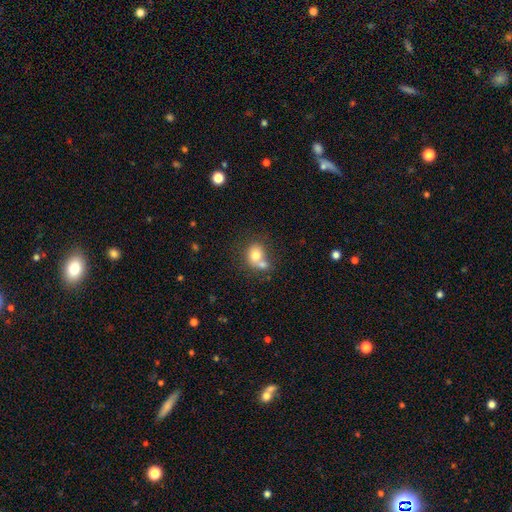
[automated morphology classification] Q: Smooth or featured?
A: smooth (75%); runner-up: featured or disk (16%)
Q: How rounded?
A: round (61%); runner-up: in between (38%)
Q: Merging?
A: merger (50%); runner-up: none (35%)